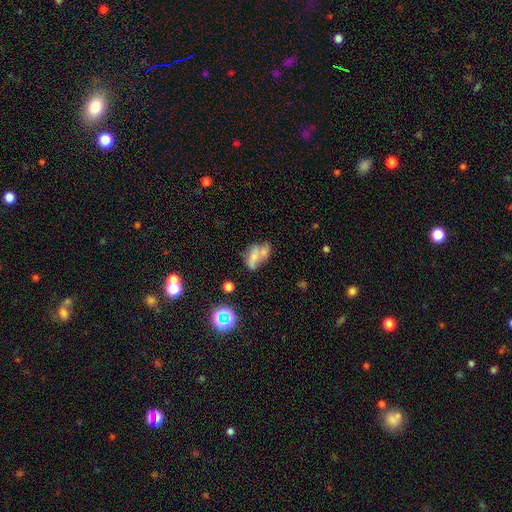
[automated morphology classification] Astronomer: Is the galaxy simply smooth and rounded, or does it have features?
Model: smooth — 49% (runner-up: featured or disk, 36%).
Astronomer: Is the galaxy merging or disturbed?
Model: merger — 44% (runner-up: none, 26%).